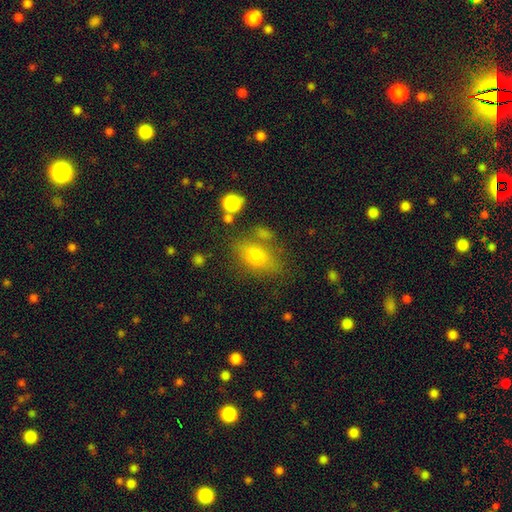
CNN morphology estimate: Overall: smooth (71%). How rounded: in between (78%). Merging: none (66%).